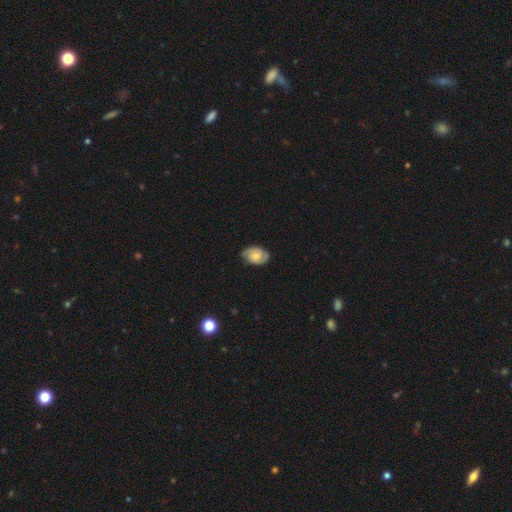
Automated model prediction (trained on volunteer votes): Smooth or featured?
  - featured or disk: 55% *
  - smooth: 37%
  - star or artifact: 8%
Edge-on disk?
  - no: 96% *
  - yes: 4%
Bar?
  - no: 65% *
  - weak: 30%
  - strong: 5%
Spiral arms?
  - yes: 88% *
  - no: 12%
Bulge size?
  - moderate: 40% *
  - small: 36%
  - none: 13%
  - large: 10%
  - dominant: 2%
Merging?
  - none: 74% *
  - minor disturbance: 20%
  - major disturbance: 5%
  - merger: 1%